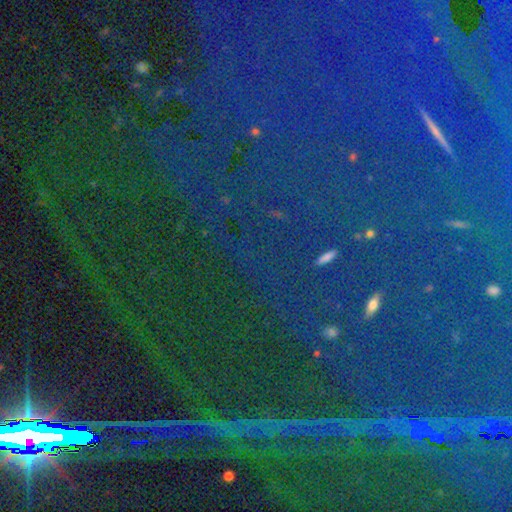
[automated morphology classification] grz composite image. It shows a star or artifact, not a galaxy (84%).